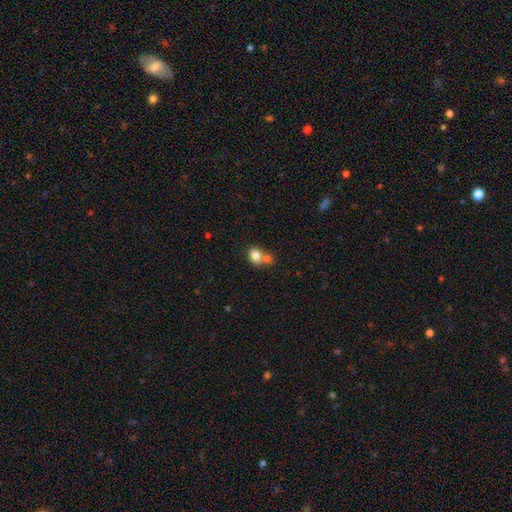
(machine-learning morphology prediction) A smooth galaxy with no disk features (79%) that is round (66%). Merging: merger (54%).